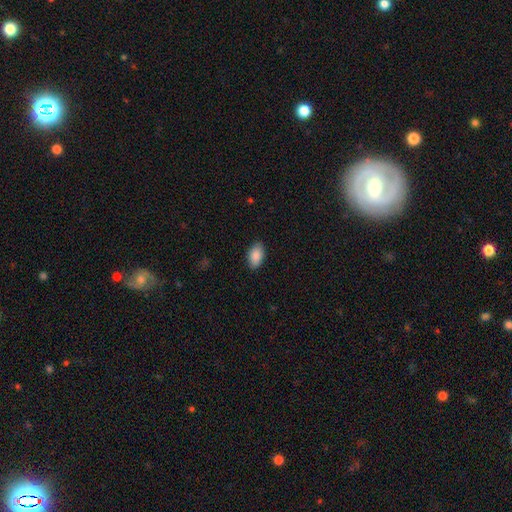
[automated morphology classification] This is clearly a smooth galaxy (89%). How rounded: clearly in between (94%). Merging: clearly none (88%).